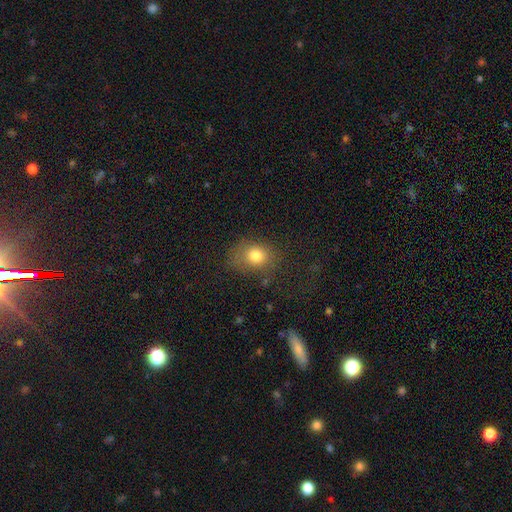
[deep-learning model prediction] Smooth or featured?
  - smooth: 79% *
  - star or artifact: 12%
  - featured or disk: 9%
How rounded?
  - round: 54% *
  - in between: 45%
  - cigar-shaped: 1%
Merging?
  - none: 66% *
  - minor disturbance: 21%
  - major disturbance: 11%
  - merger: 2%